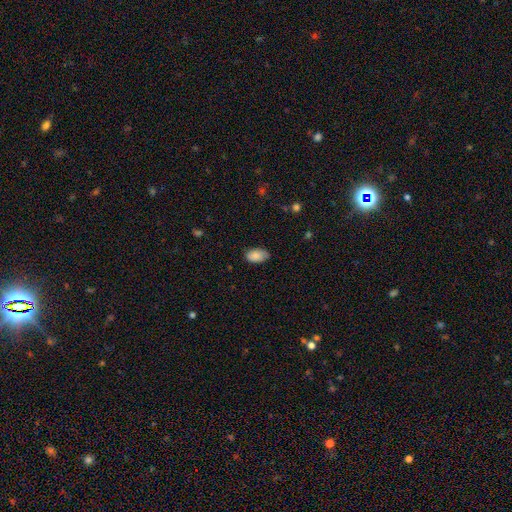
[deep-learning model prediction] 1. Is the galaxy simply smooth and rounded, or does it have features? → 86% smooth, 7% featured or disk, 7% star or artifact.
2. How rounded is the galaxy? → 93% in between, 5% round, 1% cigar-shaped.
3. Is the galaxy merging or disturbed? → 75% none, 21% minor disturbance, 3% major disturbance, 1% merger.